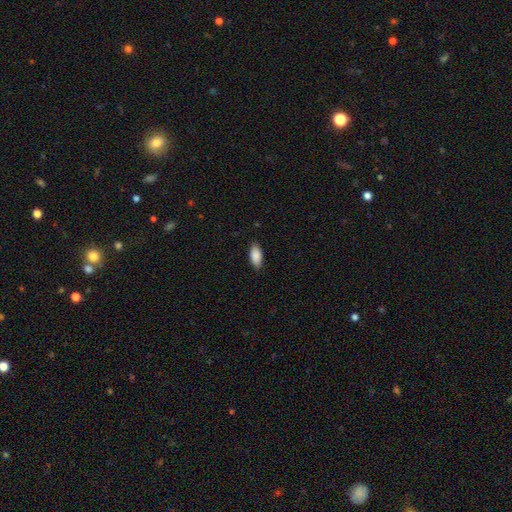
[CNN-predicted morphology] Smooth or featured? smooth (89%)
How rounded? in between (89%)
Merging? none (85%)